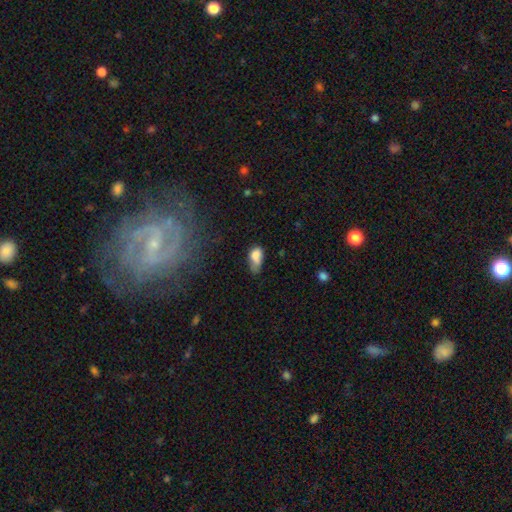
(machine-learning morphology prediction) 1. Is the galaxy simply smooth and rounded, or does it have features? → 75% smooth, 16% featured or disk, 10% star or artifact.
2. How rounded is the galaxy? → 89% in between, 7% round, 4% cigar-shaped.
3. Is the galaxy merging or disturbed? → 35% minor disturbance, 31% none, 24% major disturbance, 10% merger.